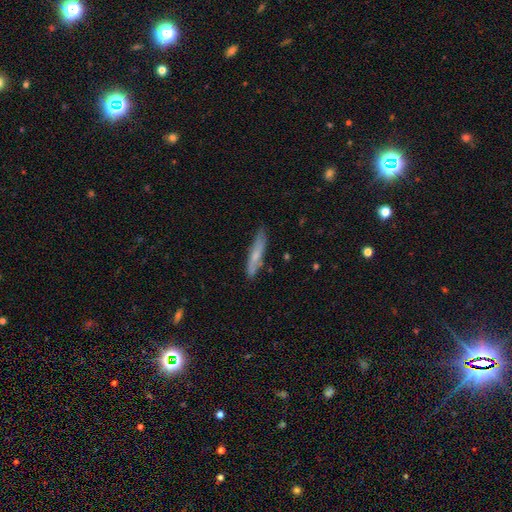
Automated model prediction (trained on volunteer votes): Smooth or featured? Predicted: smooth (p=0.59). How rounded? Predicted: cigar-shaped (p=0.89). Merging? Predicted: none (p=0.78).